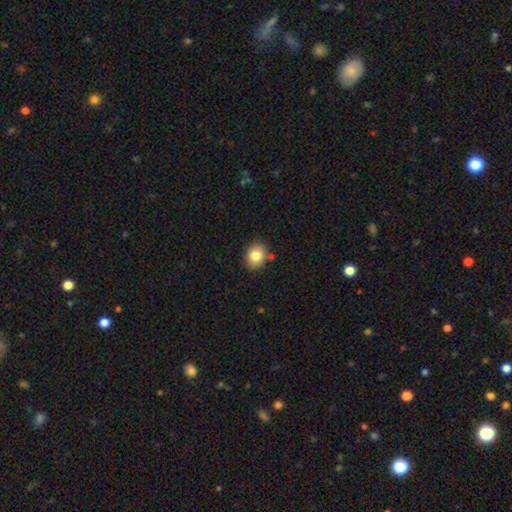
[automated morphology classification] Q: Smooth or featured?
A: smooth (82%); runner-up: star or artifact (9%)
Q: How rounded?
A: round (52%); runner-up: in between (48%)
Q: Merging?
A: none (82%); runner-up: minor disturbance (11%)